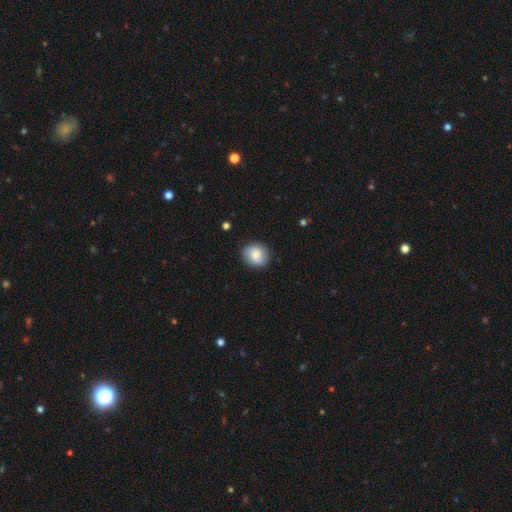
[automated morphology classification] Smooth or featured? smooth (81%)
How rounded? round (76%)
Merging? none (85%)